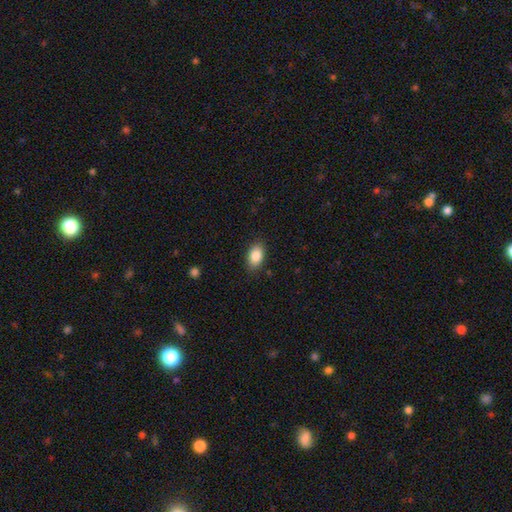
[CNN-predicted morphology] Smooth or featured?
  - smooth: 86% *
  - star or artifact: 8%
  - featured or disk: 6%
How rounded?
  - in between: 89% *
  - round: 10%
  - cigar-shaped: 2%
Merging?
  - none: 85% *
  - minor disturbance: 11%
  - major disturbance: 3%
  - merger: 1%